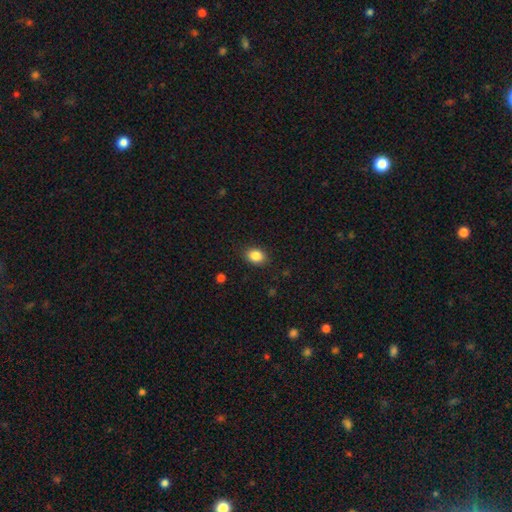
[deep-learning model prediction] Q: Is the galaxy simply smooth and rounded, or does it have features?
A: smooth — 87%.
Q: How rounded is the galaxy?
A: in between — 71%.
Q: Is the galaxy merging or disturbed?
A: none — 86%.